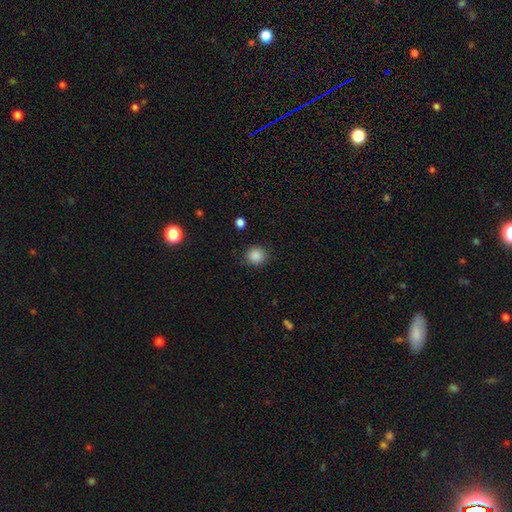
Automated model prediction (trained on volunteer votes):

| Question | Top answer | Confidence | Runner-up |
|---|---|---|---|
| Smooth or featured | smooth | 87% | star or artifact (10%) |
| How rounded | round | 87% | in between (12%) |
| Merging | none | 87% | minor disturbance (9%) |